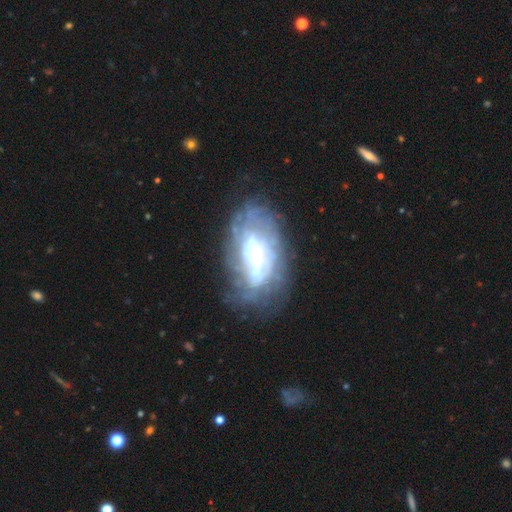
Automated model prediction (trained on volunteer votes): The model was most divided on "bulge size": small: 35%, moderate: 25%, none: 23%, large: 14%, dominant: 3%. More confident: edge-on disk — no (94%); smooth or featured — featured or disk (70%); bar — no (70%); spiral arms — yes (59%); merging — none (57%).